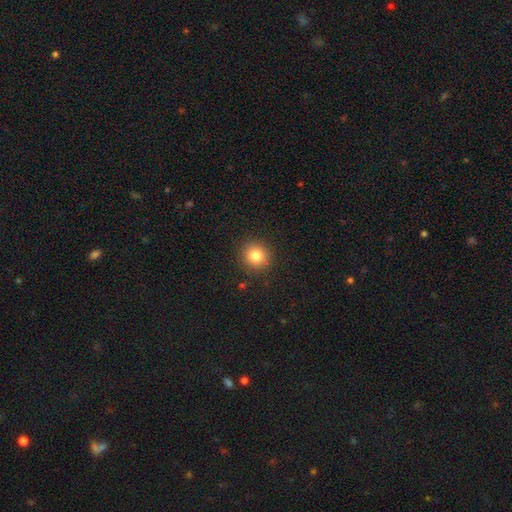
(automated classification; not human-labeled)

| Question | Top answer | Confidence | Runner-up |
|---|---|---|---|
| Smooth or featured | smooth | 82% | star or artifact (11%) |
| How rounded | round | 90% | in between (9%) |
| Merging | none | 90% | minor disturbance (6%) |